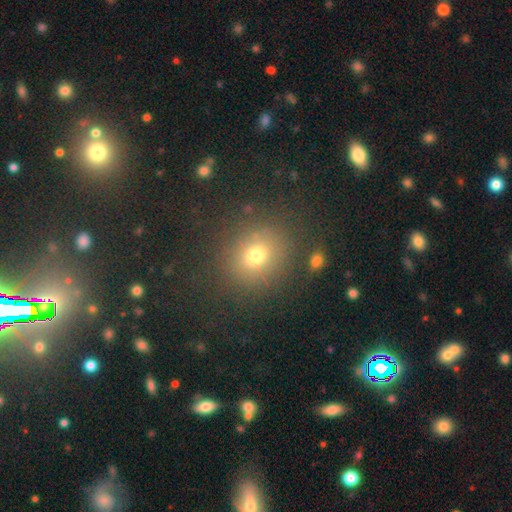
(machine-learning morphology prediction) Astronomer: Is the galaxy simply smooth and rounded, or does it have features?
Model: smooth — 72%.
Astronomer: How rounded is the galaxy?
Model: round — 76%.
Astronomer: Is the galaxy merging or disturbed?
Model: none — 84%.